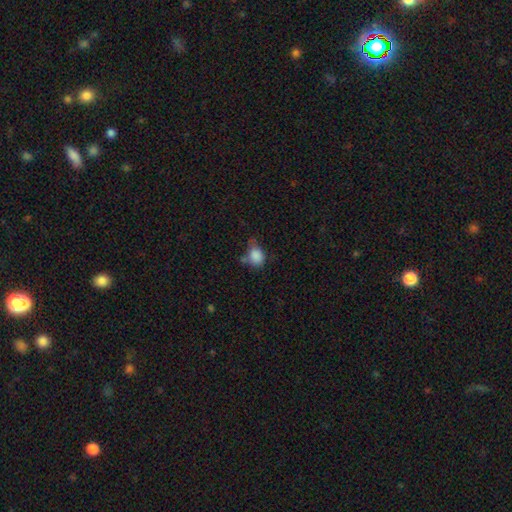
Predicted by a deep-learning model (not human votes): Smooth or featured? Predicted: smooth (p=0.85). How rounded? Predicted: in between (p=0.59). Merging? Predicted: none (p=0.43).